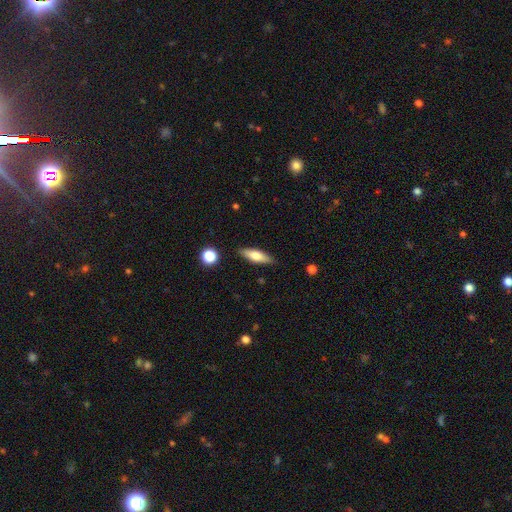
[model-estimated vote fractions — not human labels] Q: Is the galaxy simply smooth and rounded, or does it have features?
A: smooth — 64%.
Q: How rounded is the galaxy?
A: cigar-shaped — 50%.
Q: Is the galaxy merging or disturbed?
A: none — 86%.